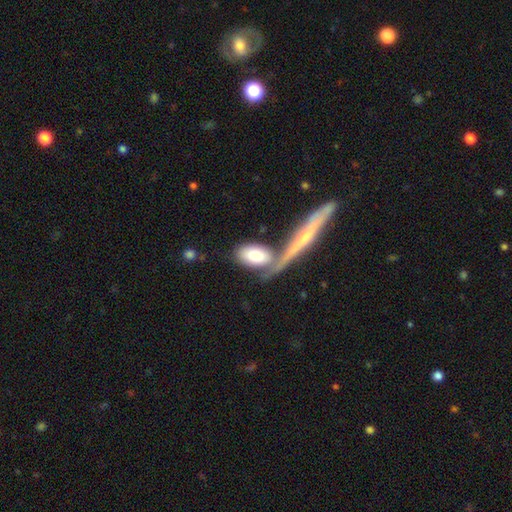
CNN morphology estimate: Smooth or featured?
  - smooth: 76% *
  - featured or disk: 19%
  - star or artifact: 6%
How rounded?
  - in between: 86% *
  - cigar-shaped: 9%
  - round: 5%
Merging?
  - none: 45% *
  - merger: 34%
  - minor disturbance: 14%
  - major disturbance: 7%